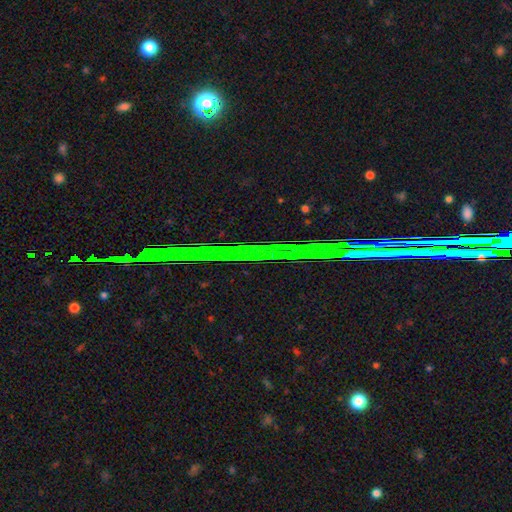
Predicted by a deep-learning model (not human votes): star or artifact 86%, featured or disk 8%, smooth 6%.